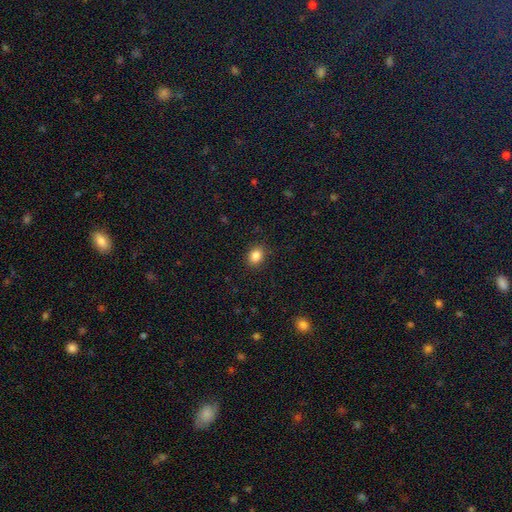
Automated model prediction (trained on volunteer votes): Smooth or featured?
  - smooth: 86% *
  - star or artifact: 10%
  - featured or disk: 4%
How rounded?
  - in between: 57% *
  - round: 42%
  - cigar-shaped: 1%
Merging?
  - none: 89% *
  - minor disturbance: 8%
  - major disturbance: 2%
  - merger: 1%